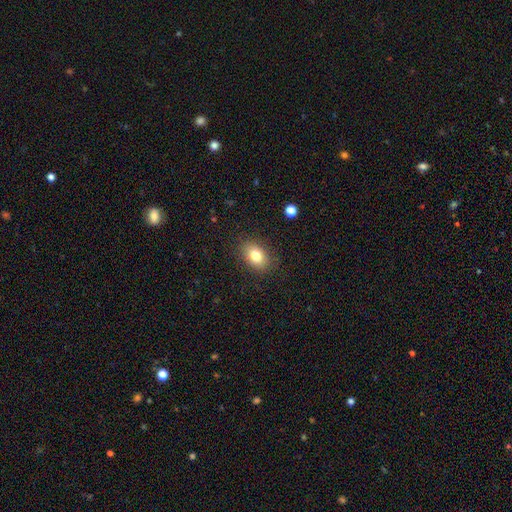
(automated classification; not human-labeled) smooth-or-featured: smooth: 80% | featured or disk: 11% | star or artifact: 10%
  how-rounded: in between: 76% | round: 23% | cigar-shaped: 1%
  merging: none: 85% | minor disturbance: 10% | major disturbance: 3% | merger: 1%